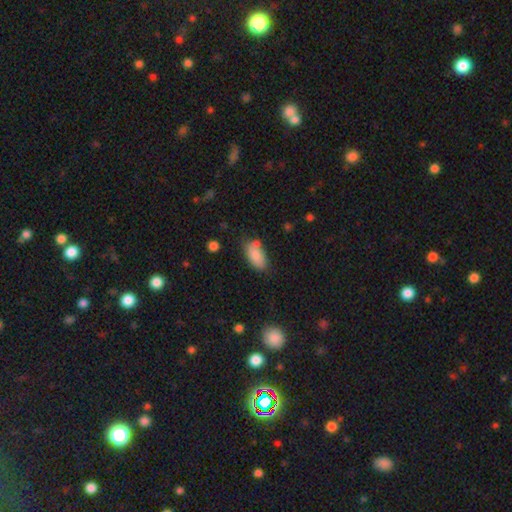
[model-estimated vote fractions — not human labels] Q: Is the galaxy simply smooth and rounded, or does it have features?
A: smooth — 84%.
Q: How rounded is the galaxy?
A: in between — 92%.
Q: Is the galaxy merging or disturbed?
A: none — 59%.